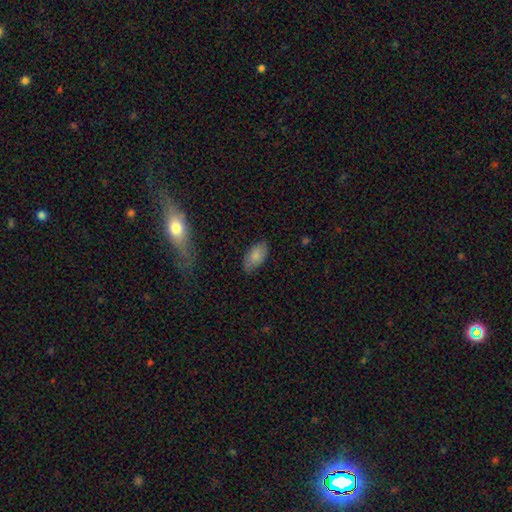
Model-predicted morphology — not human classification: Smooth or featured?
  - smooth: 82% *
  - featured or disk: 11%
  - star or artifact: 7%
How rounded?
  - in between: 94% *
  - cigar-shaped: 4%
  - round: 3%
Merging?
  - none: 78% *
  - minor disturbance: 18%
  - major disturbance: 3%
  - merger: 1%